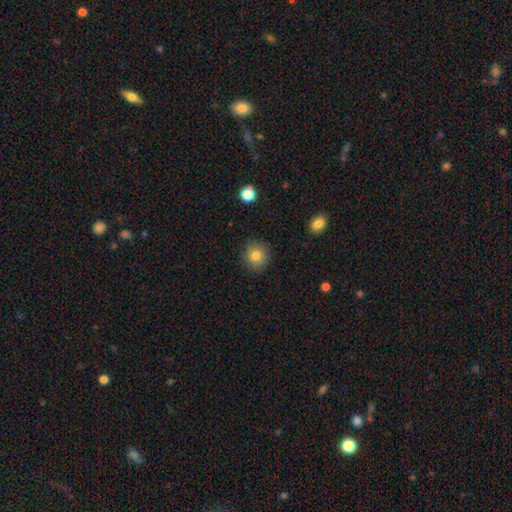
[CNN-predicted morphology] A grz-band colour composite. It shows a smooth galaxy with no disk features (81%) that is round (87%). Merging: none (89%).